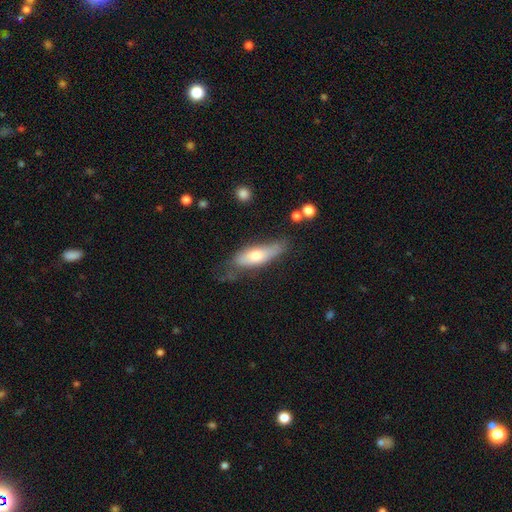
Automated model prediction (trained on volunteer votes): This is likely a smooth galaxy (61%). How rounded: possibly in between (51%). Merging: possibly none (52%).